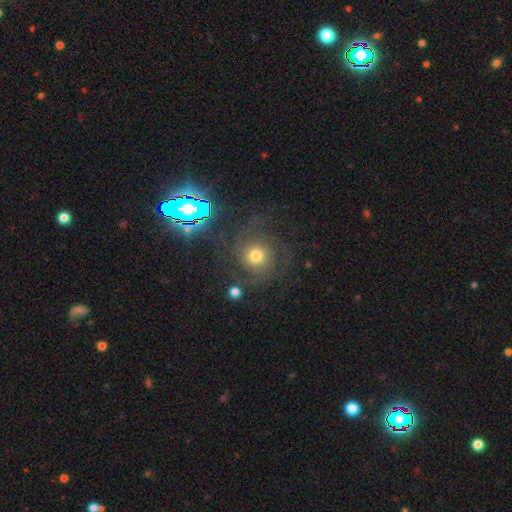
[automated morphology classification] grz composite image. It shows a featured or disk galaxy (61%) with no bar (80%), 2 (37%) tight (46%) spiral arms (91%) and a moderate central bulge (64%). Merging: none (71%).